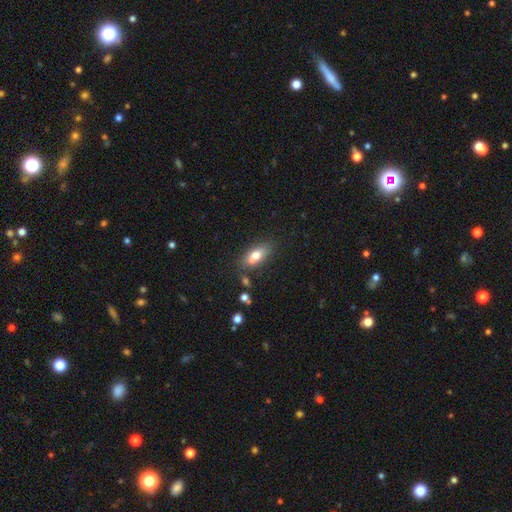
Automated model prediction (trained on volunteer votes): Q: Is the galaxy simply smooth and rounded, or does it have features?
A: smooth — 71%.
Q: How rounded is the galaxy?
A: in between — 82%.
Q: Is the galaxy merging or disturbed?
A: none — 63%.